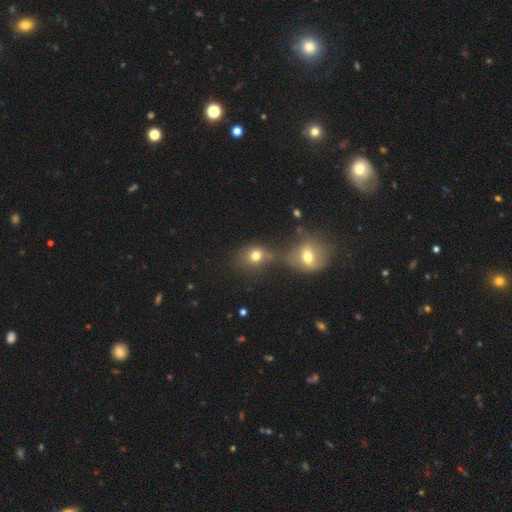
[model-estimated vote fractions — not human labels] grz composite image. It shows a smooth galaxy with no disk features (72%) that is round (66%). Merging: merger (43%).